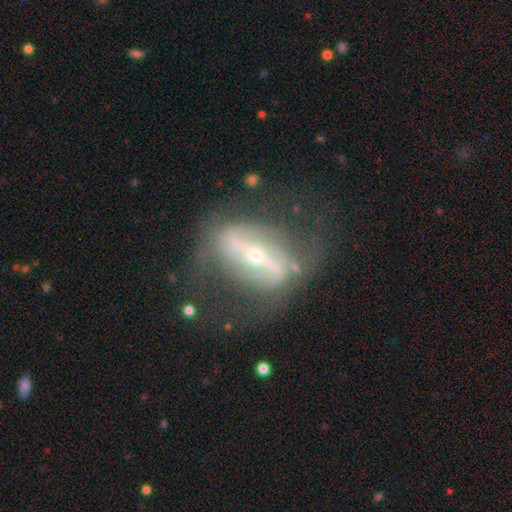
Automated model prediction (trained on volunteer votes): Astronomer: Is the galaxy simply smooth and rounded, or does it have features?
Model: featured or disk — 85%.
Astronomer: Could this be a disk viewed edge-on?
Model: no — 86%.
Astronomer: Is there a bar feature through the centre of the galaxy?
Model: strong — 76%.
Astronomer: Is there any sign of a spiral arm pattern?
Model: yes — 69%.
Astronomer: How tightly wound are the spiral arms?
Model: loose — 49% (runner-up: medium, 33%).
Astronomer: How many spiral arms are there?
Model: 2 — 83%.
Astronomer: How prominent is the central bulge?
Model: small — 72%.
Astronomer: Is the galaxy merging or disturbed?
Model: none — 55%.